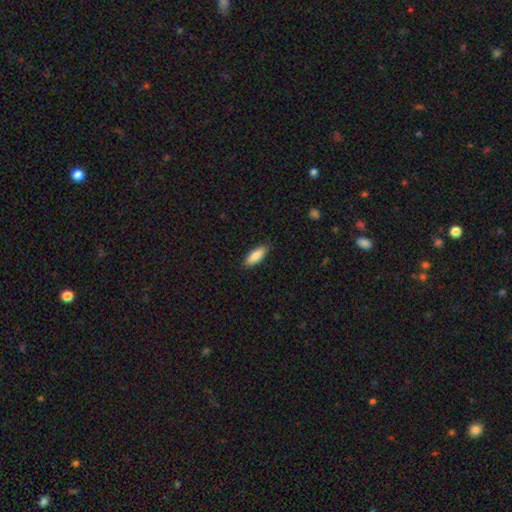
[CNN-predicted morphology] type=smooth (85%); roundness=in between (66%); merging=none (87%).